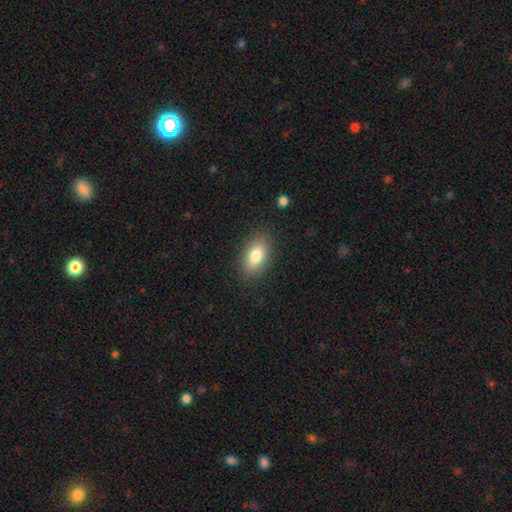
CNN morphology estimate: The model was most divided on "smooth or featured": smooth: 81%, featured or disk: 11%, star or artifact: 8%. More confident: how rounded — in between (90%); merging — none (86%).